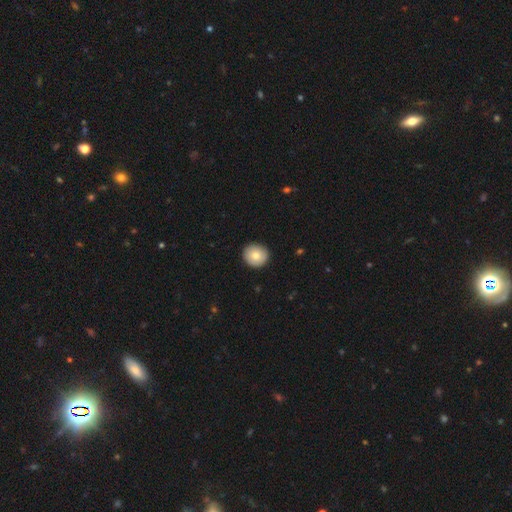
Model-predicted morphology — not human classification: A smooth galaxy with no disk features (78%) that is round (88%).

Vote fractions:
- Smooth or featured? smooth: 78% / featured or disk: 14% / star or artifact: 8%
- How rounded? round: 88% / in between: 11% / cigar-shaped: 1%
- Merging? none: 91% / minor disturbance: 7% / major disturbance: 2% / merger: 1%